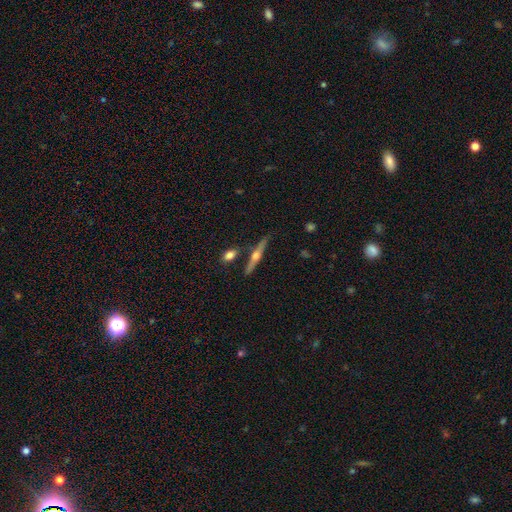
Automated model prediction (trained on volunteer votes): The model was most divided on "smooth or featured": featured or disk: 74%, smooth: 20%, star or artifact: 6%. More confident: edge-on disk — yes (97%); edge-on bulge — rounded (92%); merging — none (81%).